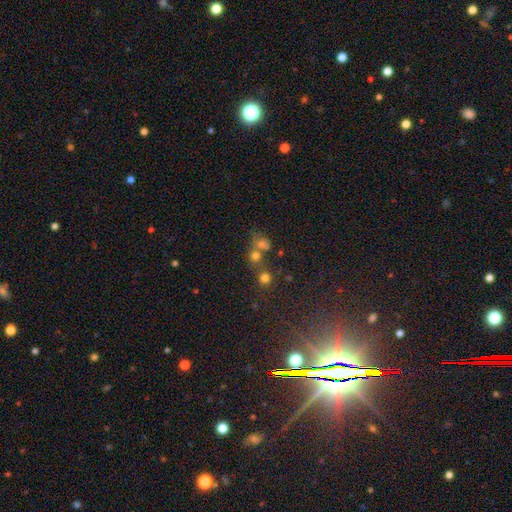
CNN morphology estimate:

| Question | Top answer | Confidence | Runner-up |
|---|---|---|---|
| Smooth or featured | smooth | 57% | star or artifact (30%) |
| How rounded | round | 82% | in between (16%) |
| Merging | none | 48% | merger (40%) |